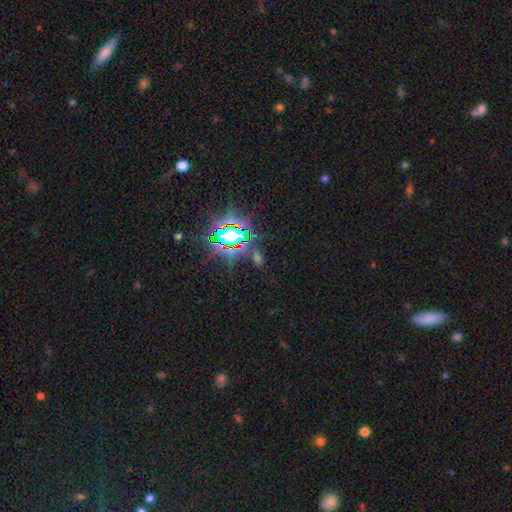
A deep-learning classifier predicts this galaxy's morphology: A star or artifact, not a galaxy (77%).

Vote fractions:
- Smooth or featured? star or artifact: 77% / smooth: 15% / featured or disk: 8%